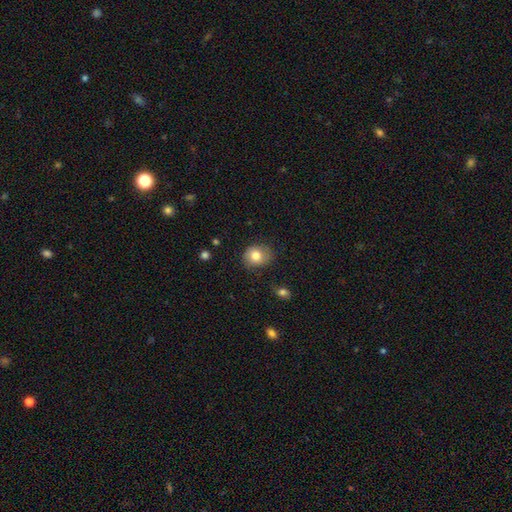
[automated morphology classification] Smooth or featured? Predicted: smooth (p=0.78). How rounded? Predicted: round (p=0.64). Merging? Predicted: none (p=0.77).